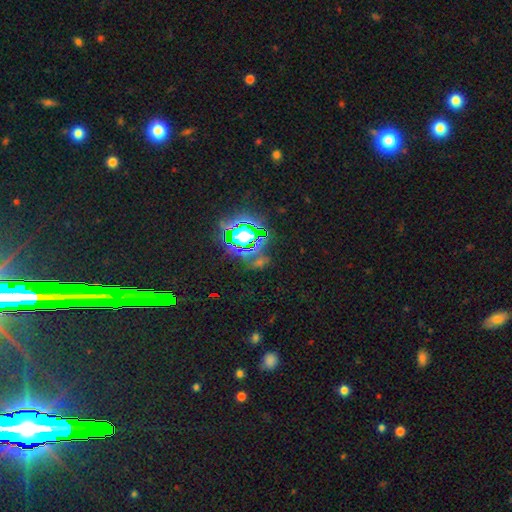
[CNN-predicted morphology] This is likely a star or artifact rather than a galaxy (79%).